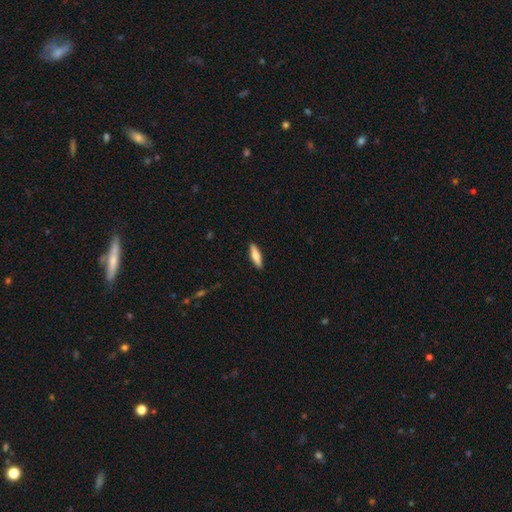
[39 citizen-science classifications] Smooth or featured: smooth — 64% (featured or disk — 31%)
How rounded: cigar-shaped — 76% (in between — 20%)
Merging: none — 84% (major disturbance — 8%)